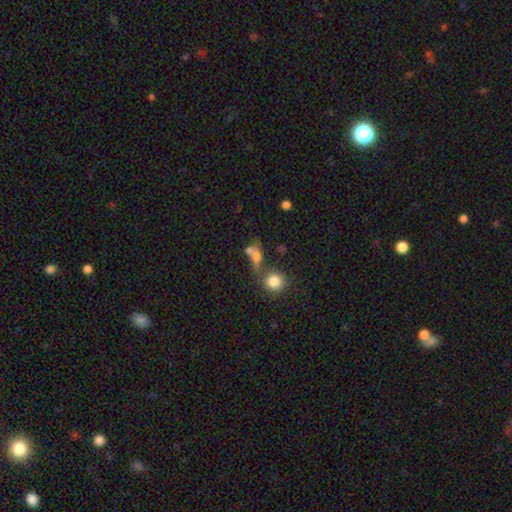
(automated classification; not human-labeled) Smooth or featured?
  - smooth: 63% *
  - featured or disk: 20%
  - star or artifact: 17%
How rounded?
  - in between: 50% *
  - round: 36%
  - cigar-shaped: 15%
Merging?
  - merger: 39% *
  - none: 36%
  - minor disturbance: 13%
  - major disturbance: 12%